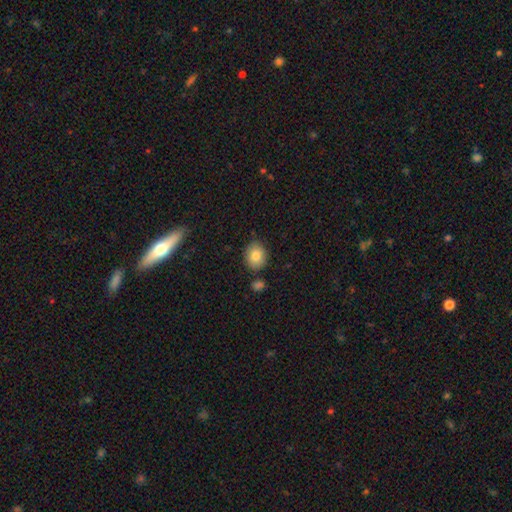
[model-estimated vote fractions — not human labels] Smooth or featured? Predicted: smooth (p=0.85). How rounded? Predicted: round (p=0.54). Merging? Predicted: none (p=0.79).